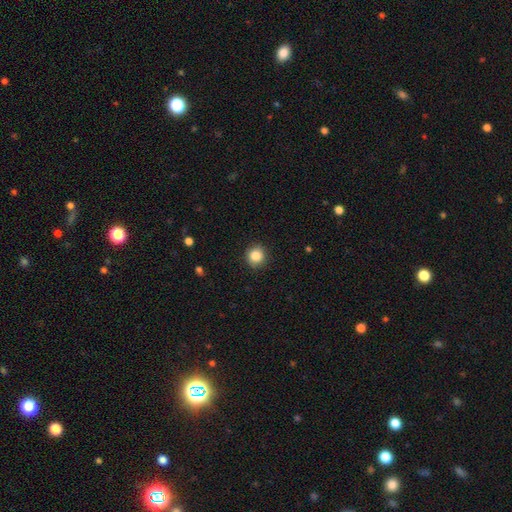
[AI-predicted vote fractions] Smooth or featured? smooth (85%)
How rounded? round (89%)
Merging? none (90%)